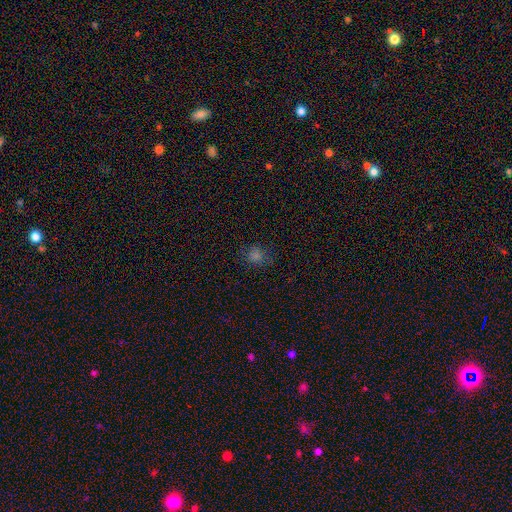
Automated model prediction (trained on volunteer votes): The model was most divided on "smooth or featured": smooth: 70%, star or artifact: 23%, featured or disk: 7%. More confident: how rounded — round (80%); merging — none (78%).